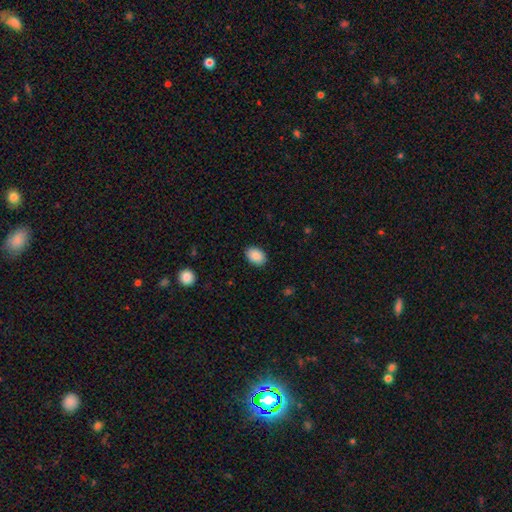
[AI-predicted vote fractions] A smooth galaxy with no disk features (90%) that is in between round and cigar-shaped (84%). Merging: none (89%).